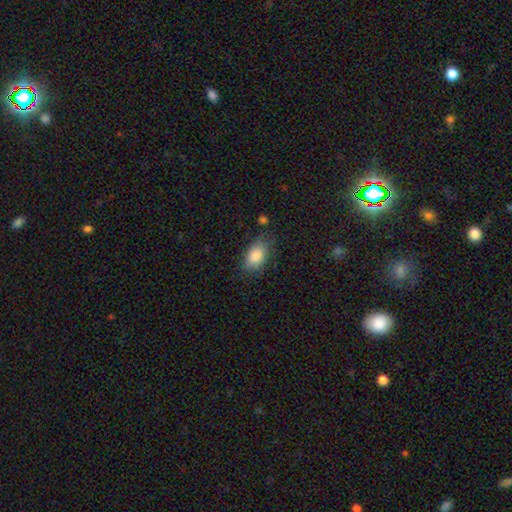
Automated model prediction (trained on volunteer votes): This appears to be a smooth galaxy with no disk features (84%) that is in between round and cigar-shaped (90%). Merging: none (72%).